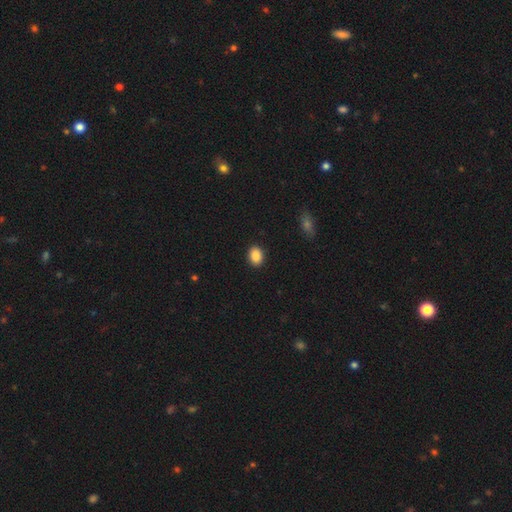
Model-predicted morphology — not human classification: This is clearly a smooth galaxy (89%). How rounded: likely in between (69%). Merging: clearly none (91%).